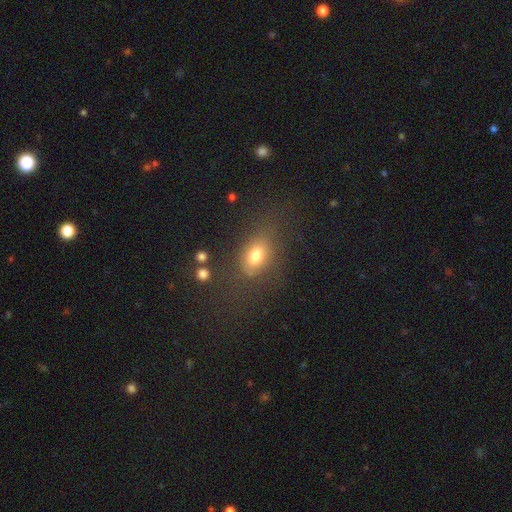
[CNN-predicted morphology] Q: Smooth or featured?
A: smooth (75%); runner-up: featured or disk (13%)
Q: How rounded?
A: in between (76%); runner-up: round (19%)
Q: Merging?
A: none (66%); runner-up: minor disturbance (18%)